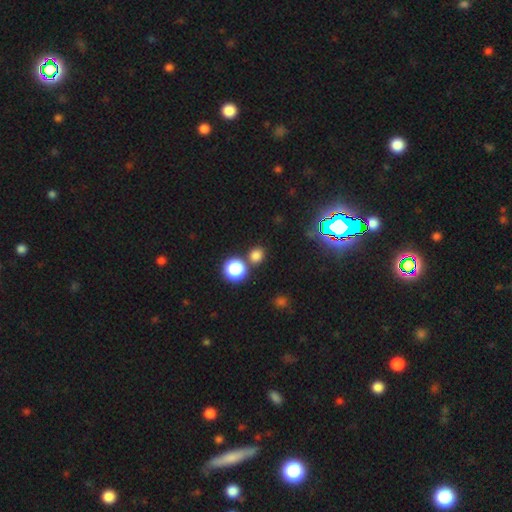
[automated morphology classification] type=smooth (75%); roundness=round (83%); merging=none (74%).